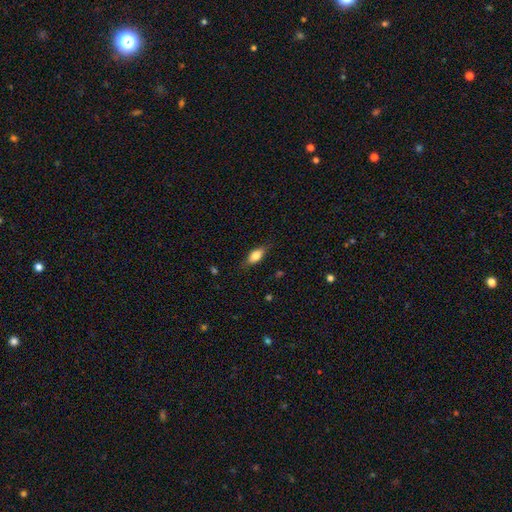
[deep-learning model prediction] This appears to be a smooth galaxy with no disk features (75%) that is in between round and cigar-shaped (81%). Merging: none (80%).